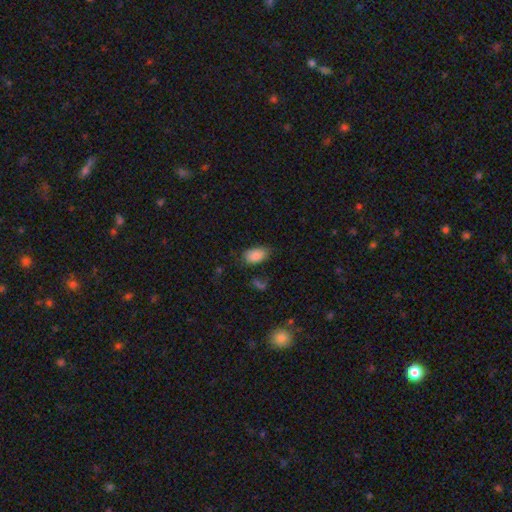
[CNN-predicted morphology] This is clearly a smooth galaxy (85%). How rounded: clearly in between (93%). Merging: likely none (70%).